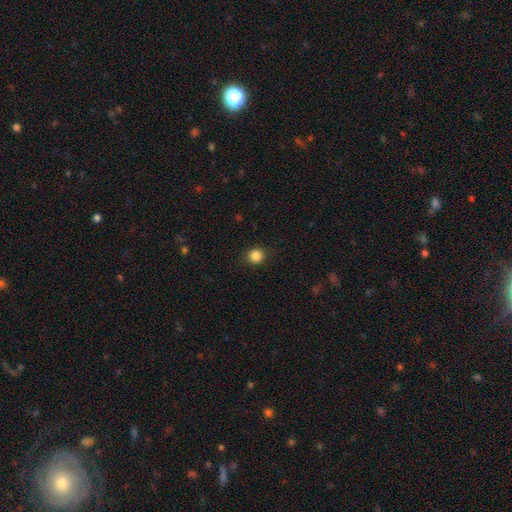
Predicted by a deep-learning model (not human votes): A smooth galaxy with no disk features (85%) that is round (89%). Merging: none (89%).